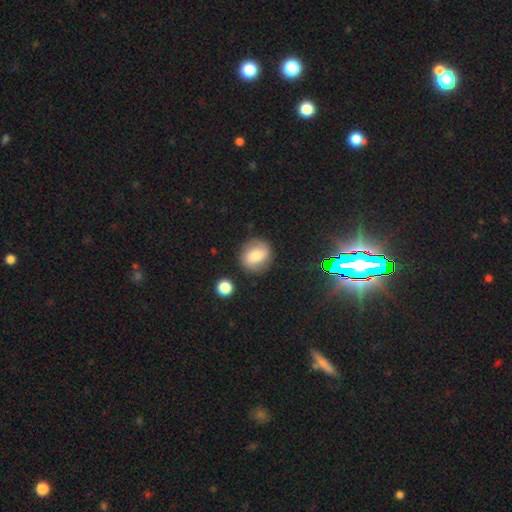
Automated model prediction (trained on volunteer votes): Smooth or featured?
  - smooth: 66% *
  - featured or disk: 24%
  - star or artifact: 10%
How rounded?
  - round: 79% *
  - in between: 20%
  - cigar-shaped: 1%
Merging?
  - none: 83% *
  - minor disturbance: 11%
  - major disturbance: 4%
  - merger: 2%